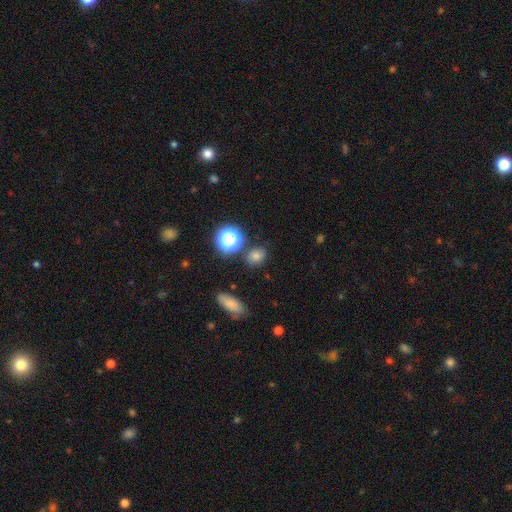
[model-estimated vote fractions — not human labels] Smooth or featured? Predicted: smooth (p=0.70). How rounded? Predicted: round (p=0.59). Merging? Predicted: none (p=0.80).